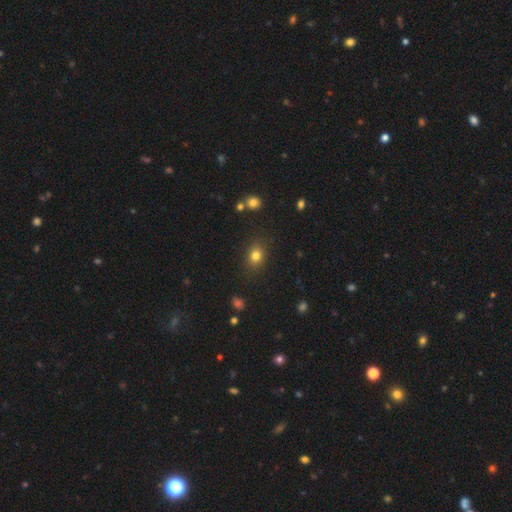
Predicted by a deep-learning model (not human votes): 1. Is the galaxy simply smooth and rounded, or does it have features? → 79% smooth, 13% star or artifact, 8% featured or disk.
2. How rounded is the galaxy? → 50% round, 49% in between, 1% cigar-shaped.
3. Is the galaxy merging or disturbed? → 84% none, 11% minor disturbance, 3% major disturbance, 2% merger.